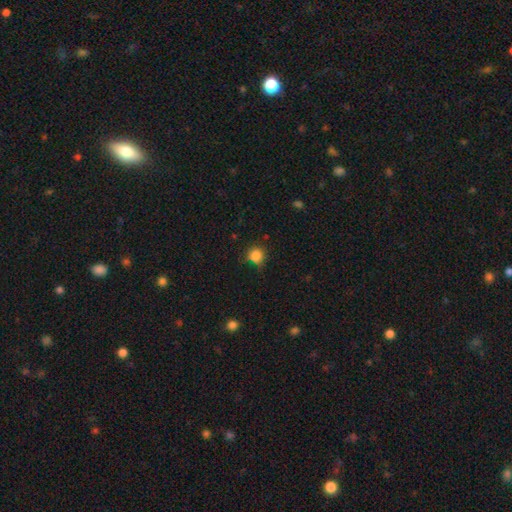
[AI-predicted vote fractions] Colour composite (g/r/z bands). It shows a smooth galaxy with no disk features (84%) that is round (87%). Merging: none (71%).